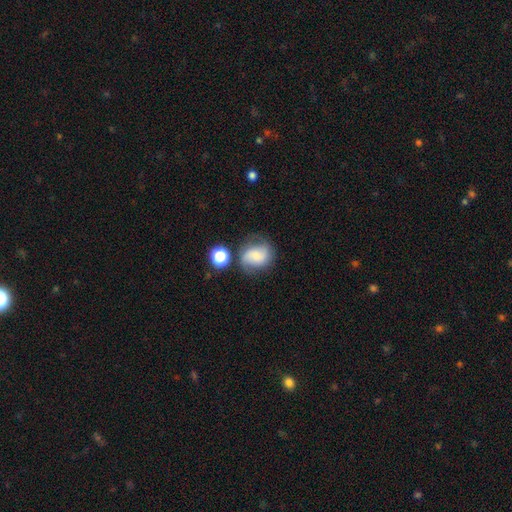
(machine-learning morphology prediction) Smooth or featured: smooth — 47% (featured or disk — 42%)
Merging: none — 61% (minor disturbance — 22%)